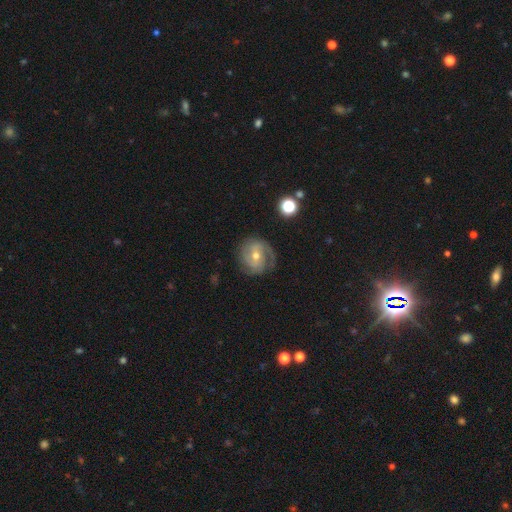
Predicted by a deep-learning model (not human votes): Q: Smooth or featured?
A: featured or disk (81%); runner-up: smooth (12%)
Q: Edge-on disk?
A: no (97%); runner-up: yes (3%)
Q: Bar?
A: no (47%); runner-up: weak (40%)
Q: Spiral arms?
A: yes (95%); runner-up: no (5%)
Q: Spiral winding?
A: tight (55%); runner-up: medium (35%)
Q: Spiral arm count?
A: 2 (41%); runner-up: 3 (26%)
Q: Bulge size?
A: moderate (58%); runner-up: small (39%)
Q: Merging?
A: none (76%); runner-up: minor disturbance (16%)